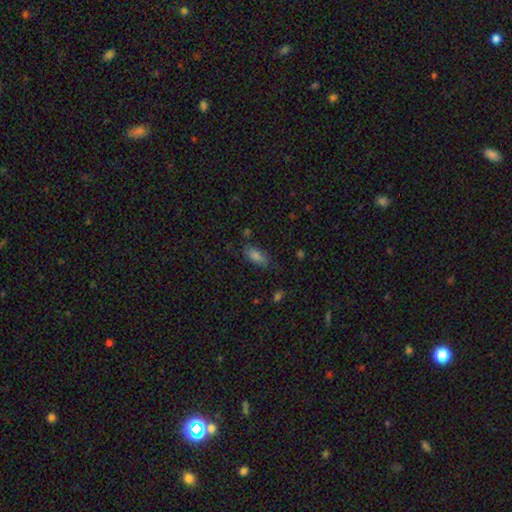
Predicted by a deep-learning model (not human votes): Overall: smooth (77%). How rounded: in between (80%). Merging: none (75%).